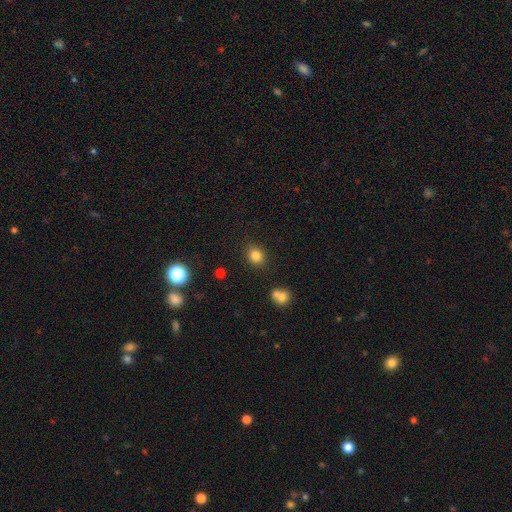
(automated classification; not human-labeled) A smooth galaxy with no disk features (82%) that is round (63%).

Vote fractions:
- Smooth or featured? smooth: 82% / star or artifact: 12% / featured or disk: 6%
- How rounded? round: 63% / in between: 36% / cigar-shaped: 1%
- Merging? none: 85% / minor disturbance: 9% / merger: 4% / major disturbance: 3%